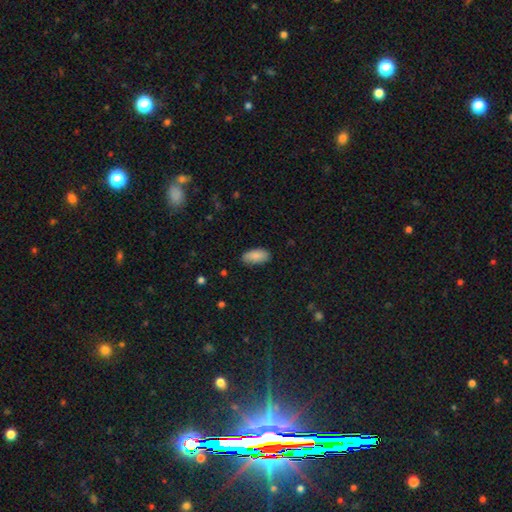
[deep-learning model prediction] Smooth or featured? smooth (87%)
How rounded? in between (92%)
Merging? none (82%)